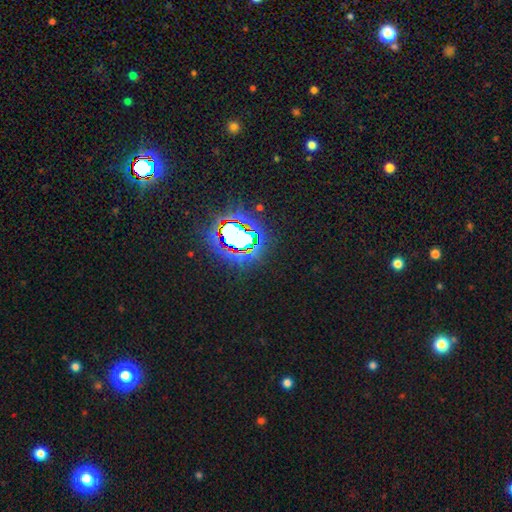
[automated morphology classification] star or artifact 84%, smooth 10%, featured or disk 6%.